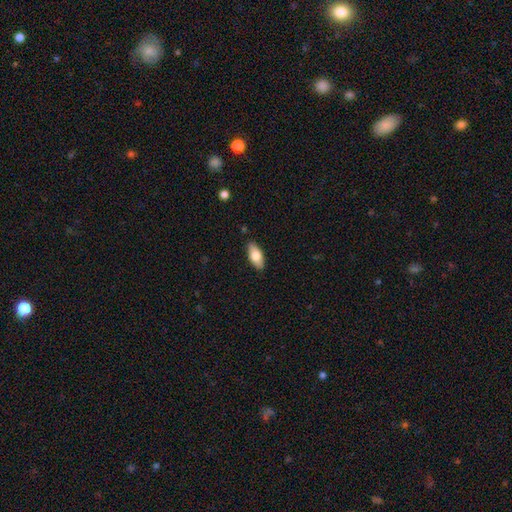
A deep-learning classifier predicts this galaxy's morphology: Smooth or featured? smooth (75%)
How rounded? in between (85%)
Merging? none (87%)